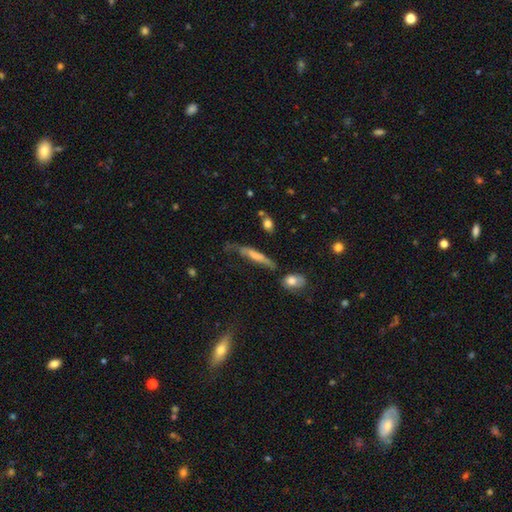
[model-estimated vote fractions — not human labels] Smooth or featured? Predicted: smooth (p=0.56). How rounded? Predicted: cigar-shaped (p=0.81). Merging? Predicted: none (p=0.40).